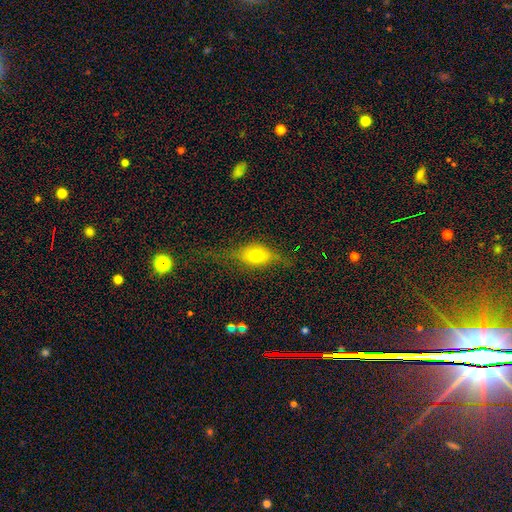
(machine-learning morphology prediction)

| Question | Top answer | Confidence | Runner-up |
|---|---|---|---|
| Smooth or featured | smooth | 56% | featured or disk (31%) |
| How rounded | in between | 64% | round (25%) |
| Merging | none | 51% | minor disturbance (24%) |